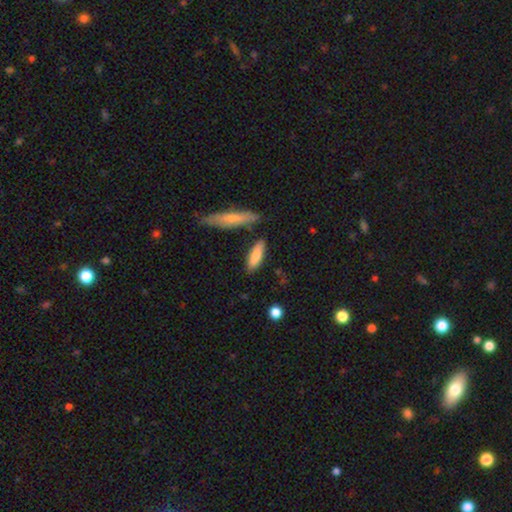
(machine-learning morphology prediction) This appears to be a smooth galaxy with no disk features (81%) that is cigar-shaped (54%). Merging: none (77%).